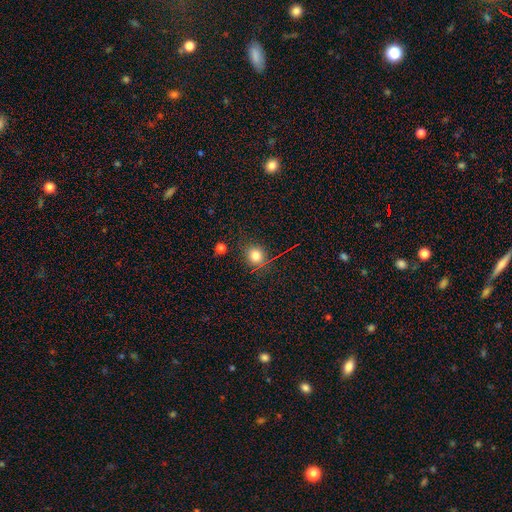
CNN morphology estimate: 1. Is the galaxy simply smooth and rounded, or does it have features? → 77% smooth, 16% star or artifact, 7% featured or disk.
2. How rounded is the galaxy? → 85% round, 13% in between, 1% cigar-shaped.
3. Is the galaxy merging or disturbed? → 82% none, 11% minor disturbance, 4% major disturbance, 3% merger.